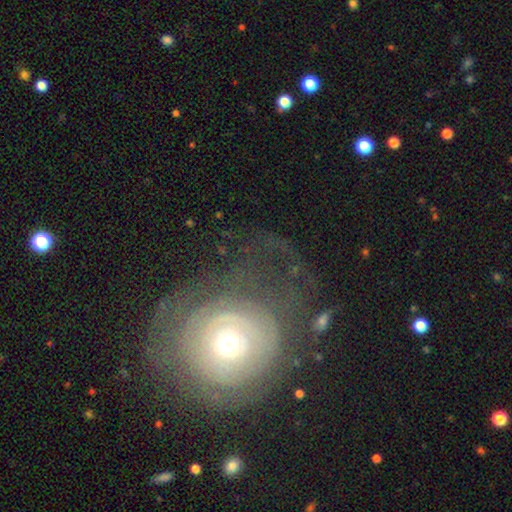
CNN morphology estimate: smooth_or_featured: featured or disk (p=0.64) [alt: smooth p=0.24]
disk_edge_on: no (p=0.96) [alt: yes p=0.04]
bar: no (p=0.84) [alt: weak p=0.12]
has_spiral_arms: yes (p=0.64) [alt: no p=0.36]
bulge_size: moderate (p=0.61) [alt: small p=0.28]
merging: none (p=0.54) [alt: major disturbance p=0.26]